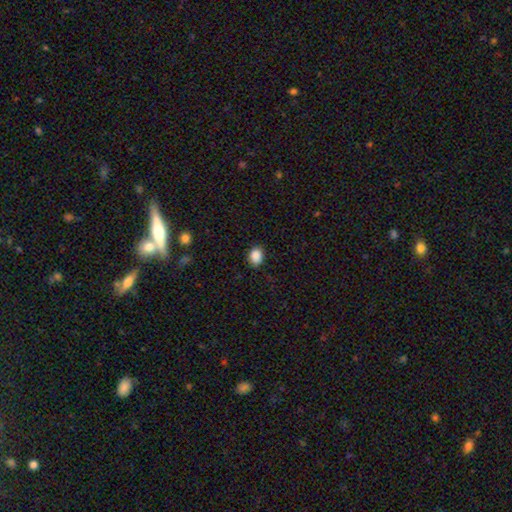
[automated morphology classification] Q: Smooth or featured?
A: smooth (89%); runner-up: star or artifact (9%)
Q: How rounded?
A: in between (62%); runner-up: round (38%)
Q: Merging?
A: none (85%); runner-up: minor disturbance (11%)